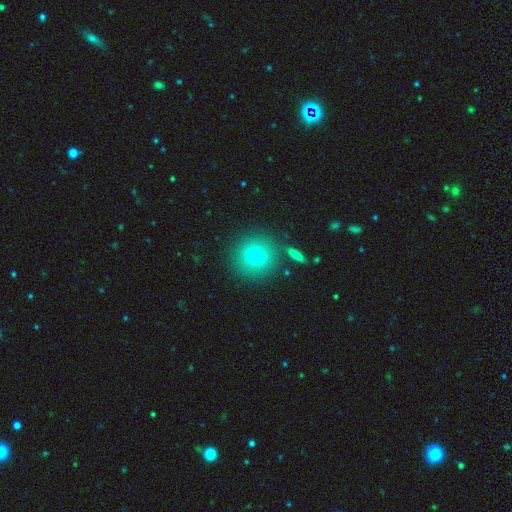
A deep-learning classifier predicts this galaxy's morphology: Smooth or featured? smooth (75%)
How rounded? round (92%)
Merging? none (83%)